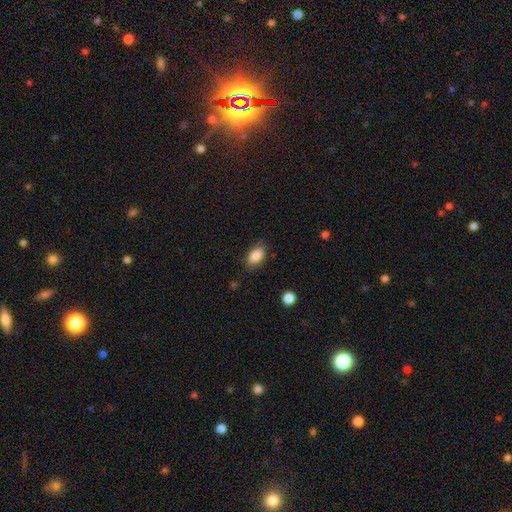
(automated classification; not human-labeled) Smooth or featured? smooth (87%)
How rounded? in between (90%)
Merging? none (83%)